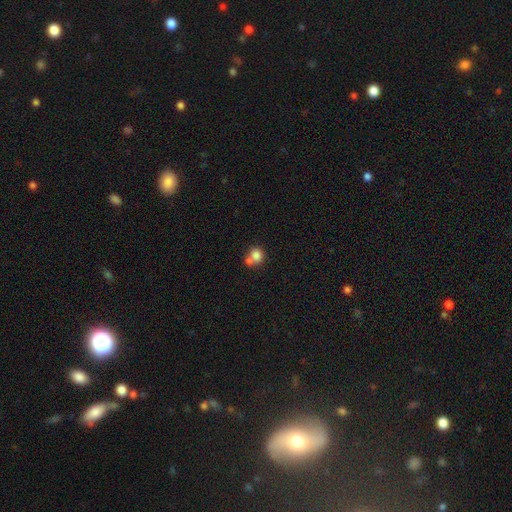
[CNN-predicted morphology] smooth_or_featured: smooth (p=0.80) [alt: star or artifact p=0.10]
how_rounded: round (p=0.77) [alt: in between p=0.22]
merging: merger (p=0.45) [alt: none p=0.42]